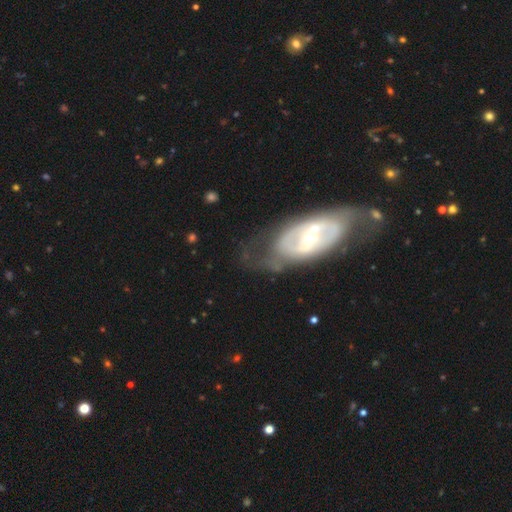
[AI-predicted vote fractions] smooth-or-featured: featured or disk: 78% | smooth: 15% | star or artifact: 7%
  disk-edge-on: no: 88% | yes: 12%
    bar: weak: 37% | strong: 32% | no: 31%
    has-spiral-arms: yes: 68% | no: 32%
    bulge-size: small: 54% | moderate: 40% | large: 3% | none: 1% | dominant: 1%
  merging: none: 68% | minor disturbance: 17% | major disturbance: 12% | merger: 3%